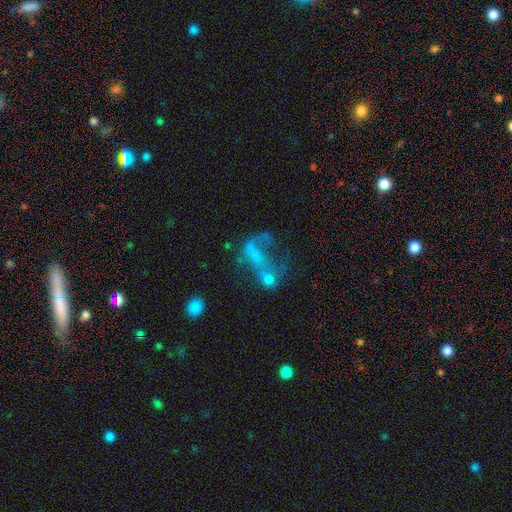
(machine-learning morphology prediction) A featured or disk galaxy (45%).

Vote fractions:
- Smooth or featured? featured or disk: 45% / smooth: 34% / star or artifact: 22%
- Merging? major disturbance: 39% / merger: 29% / none: 21% / minor disturbance: 10%